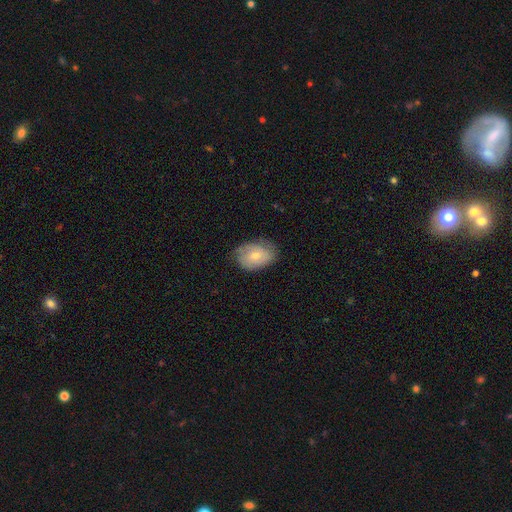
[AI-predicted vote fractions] Morphology: type=smooth (62%); roundness=in between (80%); merging=none (67%).